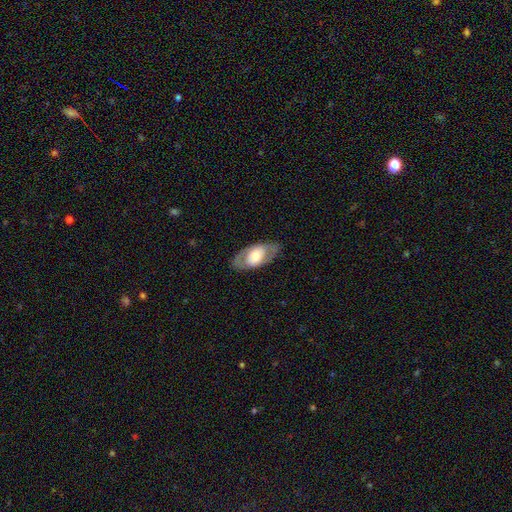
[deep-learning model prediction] Smooth or featured: featured or disk — 55% (smooth — 40%)
Edge-on disk: no — 85% (yes — 15%)
Merging: none — 81% (minor disturbance — 12%)